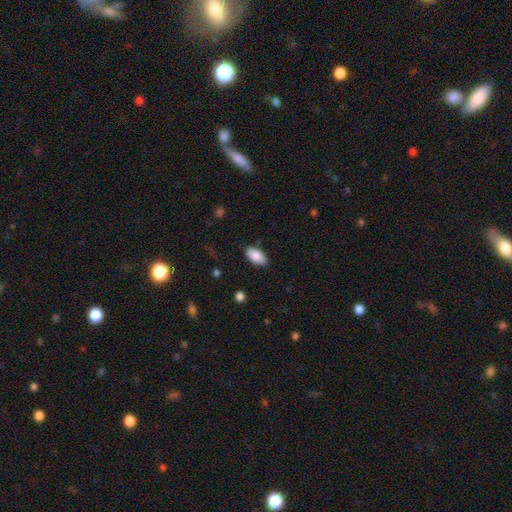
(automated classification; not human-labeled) Morphology: type=smooth (88%); roundness=in between (94%); merging=none (84%).